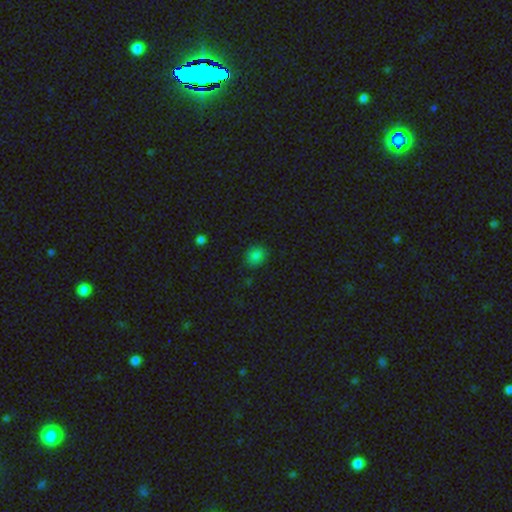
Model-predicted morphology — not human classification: The model was most divided on "how rounded": round: 61%, in between: 38%, cigar-shaped: 1%. More confident: merging — none (83%); smooth or featured — smooth (82%).